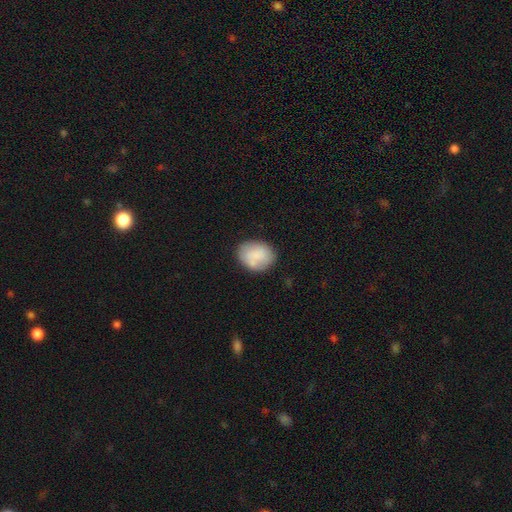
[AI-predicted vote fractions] Smooth or featured? Predicted: smooth (p=0.72). How rounded? Predicted: round (p=0.54). Merging? Predicted: none (p=0.72).